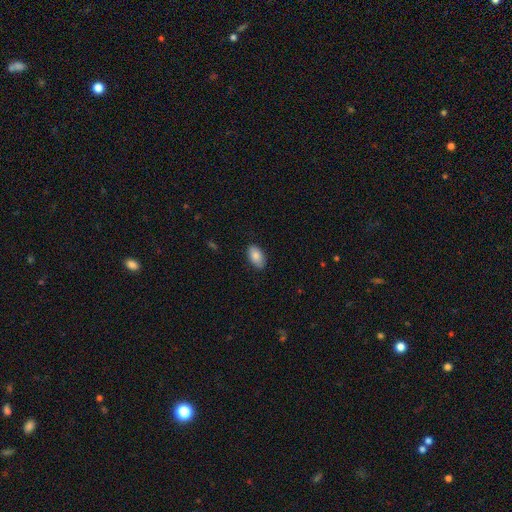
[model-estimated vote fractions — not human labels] smooth 84%, featured or disk 10%, star or artifact 7%. Down the decision tree: how rounded — in between (94%); merging — none (86%).